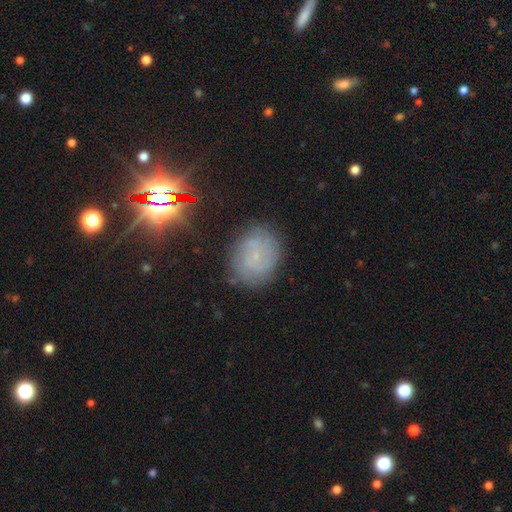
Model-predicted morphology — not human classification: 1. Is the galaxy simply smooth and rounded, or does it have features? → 47% featured or disk, 33% smooth, 20% star or artifact.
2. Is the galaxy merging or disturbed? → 78% none, 15% minor disturbance, 6% major disturbance, 2% merger.